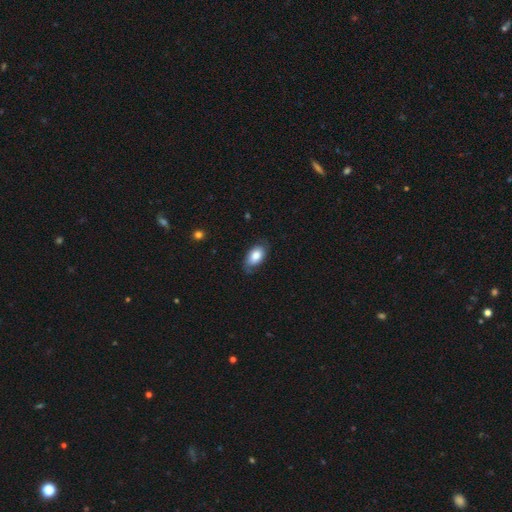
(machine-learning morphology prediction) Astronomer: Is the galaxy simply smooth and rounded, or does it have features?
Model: smooth — 77%.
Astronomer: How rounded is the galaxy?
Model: in between — 93%.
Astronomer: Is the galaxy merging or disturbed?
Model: none — 69%.